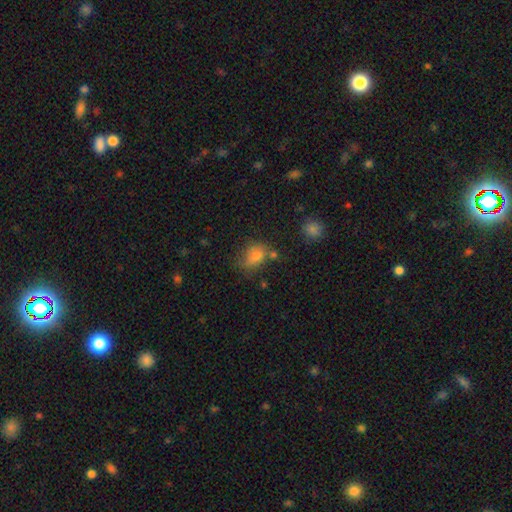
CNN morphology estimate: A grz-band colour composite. It shows a smooth galaxy with no disk features (76%) that is in between round and cigar-shaped (71%). Merging: none (52%).